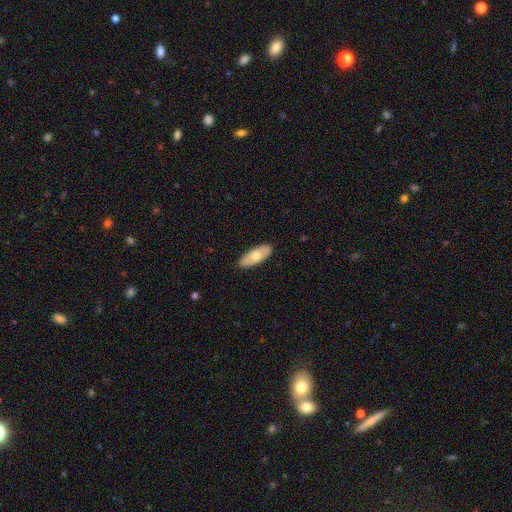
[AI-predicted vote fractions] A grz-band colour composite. It shows a smooth galaxy with no disk features (62%) that is in between round and cigar-shaped (80%). Merging: none (89%).